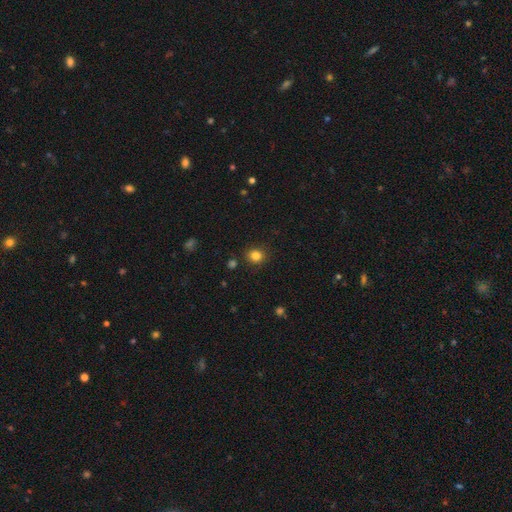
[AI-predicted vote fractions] smooth-or-featured: smooth: 83% | star or artifact: 12% | featured or disk: 5%
  how-rounded: round: 82% | in between: 17% | cigar-shaped: 1%
  merging: none: 88% | minor disturbance: 8% | major disturbance: 2% | merger: 2%